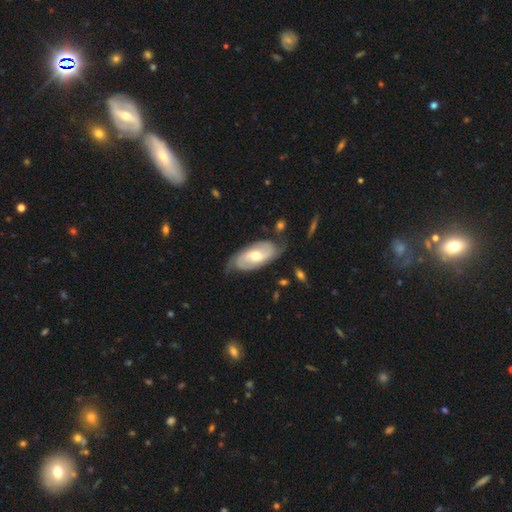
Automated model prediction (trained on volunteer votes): featured or disk 71%, smooth 24%, star or artifact 5%. Down the decision tree: edge-on disk — no (92%); bar — no (42%, tied with weak); spiral arms — yes (88%); spiral arm count — 2 (73%); spiral winding — tight (40%); bulge size — moderate (69%); merging — none (68%).